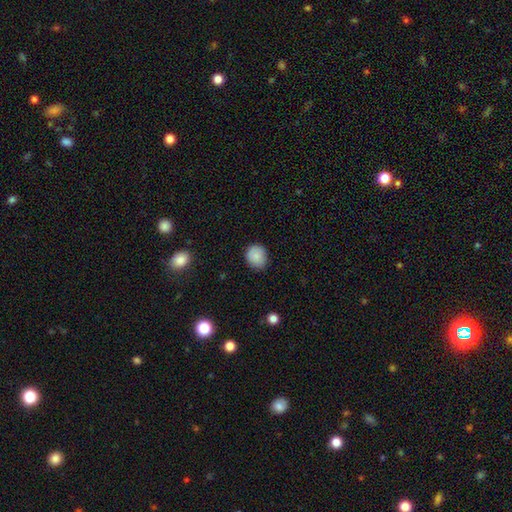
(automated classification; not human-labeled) smooth 85%, star or artifact 9%, featured or disk 6%. Down the decision tree: how rounded — round (76%); merging — none (81%).